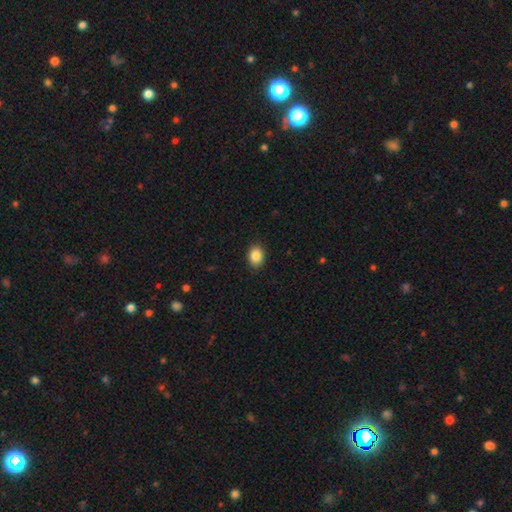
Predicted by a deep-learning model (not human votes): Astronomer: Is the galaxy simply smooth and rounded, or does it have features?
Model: smooth — 88%.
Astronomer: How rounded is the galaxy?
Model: in between — 66%.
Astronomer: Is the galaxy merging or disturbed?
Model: none — 88%.